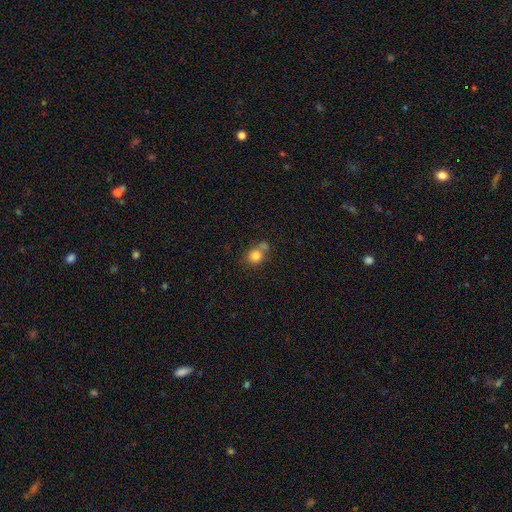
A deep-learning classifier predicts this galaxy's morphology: Smooth or featured? Predicted: smooth (p=0.80). How rounded? Predicted: round (p=0.76). Merging? Predicted: none (p=0.51).